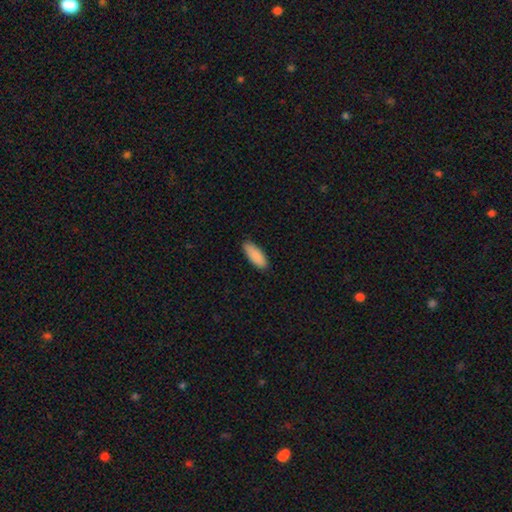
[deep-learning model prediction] The model was most divided on "how rounded": in between: 76%, cigar-shaped: 22%, round: 2%. More confident: smooth or featured — smooth (89%); merging — none (87%).